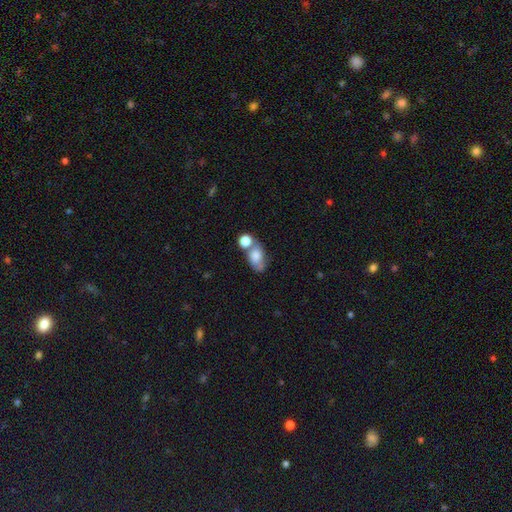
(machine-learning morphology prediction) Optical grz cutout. It shows a smooth galaxy with no disk features (70%) that is in between round and cigar-shaped (79%). Merging: merger (38%).